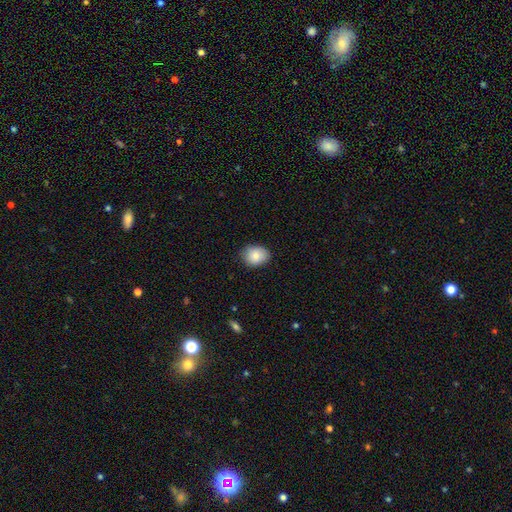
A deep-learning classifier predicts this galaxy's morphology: smooth 84%, featured or disk 8%, star or artifact 8%. Down the decision tree: how rounded — in between (58%); merging — none (82%).